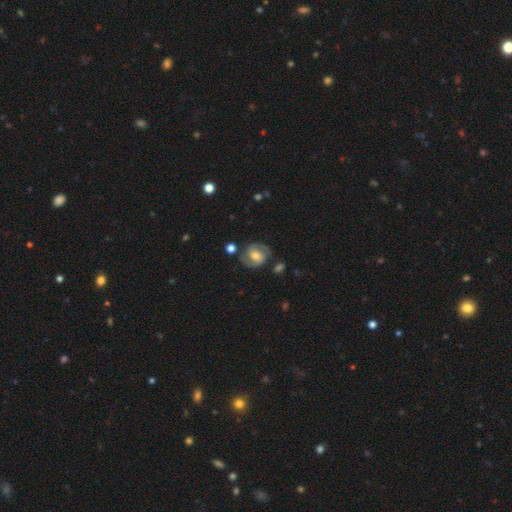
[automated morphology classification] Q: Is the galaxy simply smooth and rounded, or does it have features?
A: featured or disk — 70%.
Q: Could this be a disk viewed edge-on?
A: no — 97%.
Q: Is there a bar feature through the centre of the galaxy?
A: weak — 42%.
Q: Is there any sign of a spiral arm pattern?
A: yes — 88%.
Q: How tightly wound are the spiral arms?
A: medium — 49%.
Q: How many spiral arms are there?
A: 2 — 86%.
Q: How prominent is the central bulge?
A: moderate — 58%.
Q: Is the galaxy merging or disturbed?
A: none — 73%.